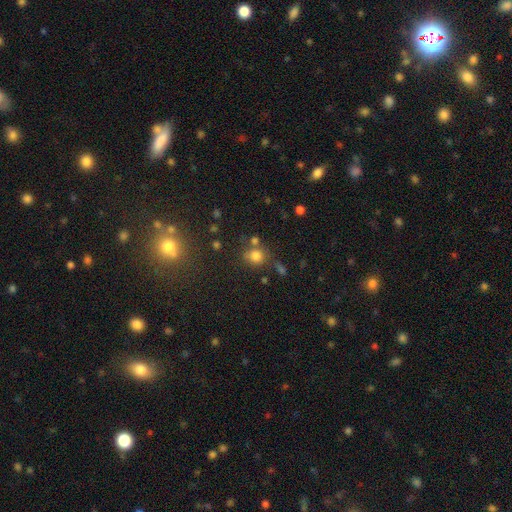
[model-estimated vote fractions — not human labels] The model was most divided on "merging": none: 63%, merger: 16%, minor disturbance: 15%, major disturbance: 6%. More confident: smooth or featured — smooth (77%); how rounded — round (77%).